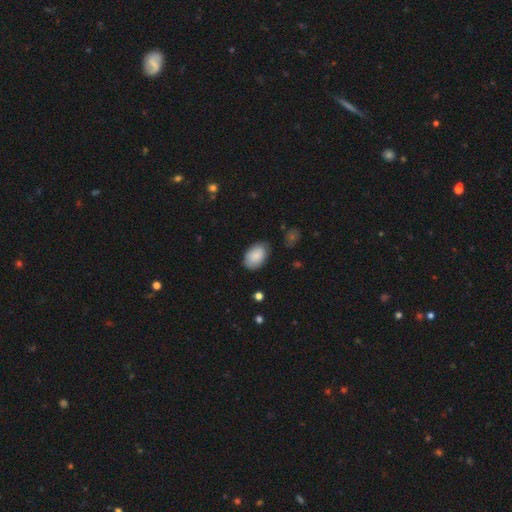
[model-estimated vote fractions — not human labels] Smooth or featured? Predicted: smooth (p=0.87). How rounded? Predicted: in between (p=0.91). Merging? Predicted: none (p=0.78).